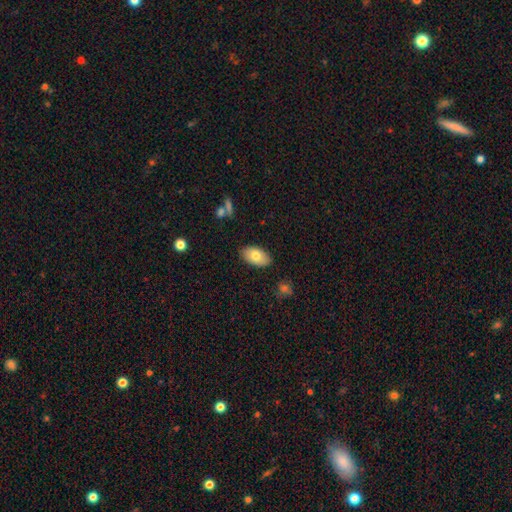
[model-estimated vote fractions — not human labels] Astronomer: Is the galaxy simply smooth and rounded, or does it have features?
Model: smooth — 76%.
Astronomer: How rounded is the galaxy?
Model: in between — 94%.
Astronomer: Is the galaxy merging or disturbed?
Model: none — 86%.